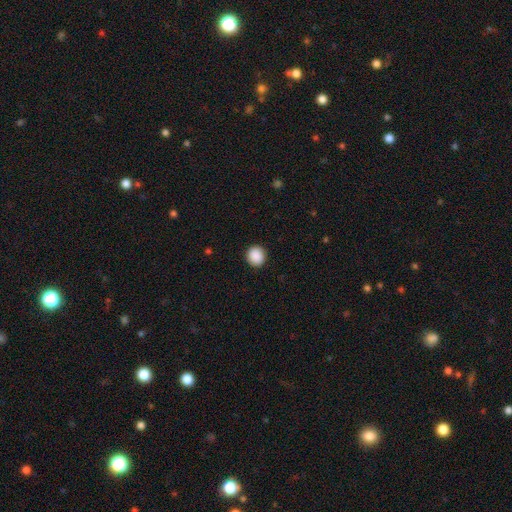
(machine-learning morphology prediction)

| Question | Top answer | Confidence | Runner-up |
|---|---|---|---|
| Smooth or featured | smooth | 90% | star or artifact (8%) |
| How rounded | round | 91% | in between (8%) |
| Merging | none | 92% | minor disturbance (5%) |